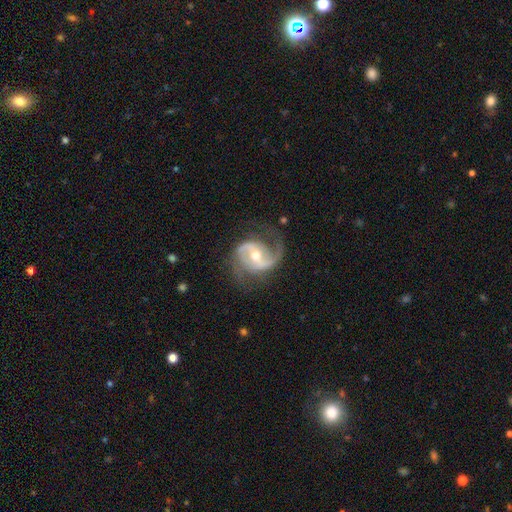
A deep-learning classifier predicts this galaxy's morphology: This appears to be a featured or disk galaxy (90%) with a weak bar (43%), 2 (84%) medium (51%) spiral arms (97%) and a moderate central bulge (64%). Merging: none (67%).